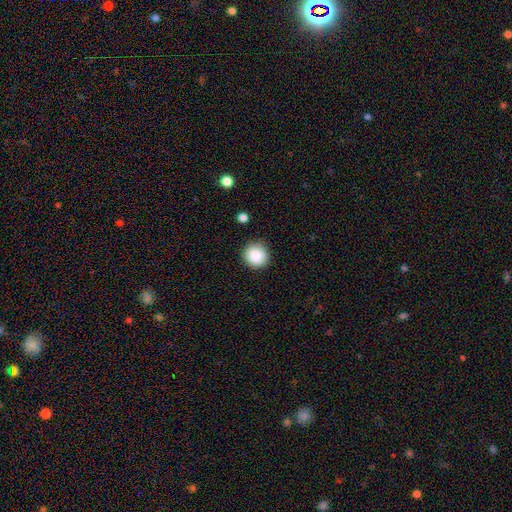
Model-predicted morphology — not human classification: A smooth galaxy with no disk features (88%) that is round (92%).

Vote fractions:
- Smooth or featured? smooth: 88% / star or artifact: 9% / featured or disk: 4%
- How rounded? round: 92% / in between: 7% / cigar-shaped: 1%
- Merging? none: 89% / minor disturbance: 7% / major disturbance: 2% / merger: 1%